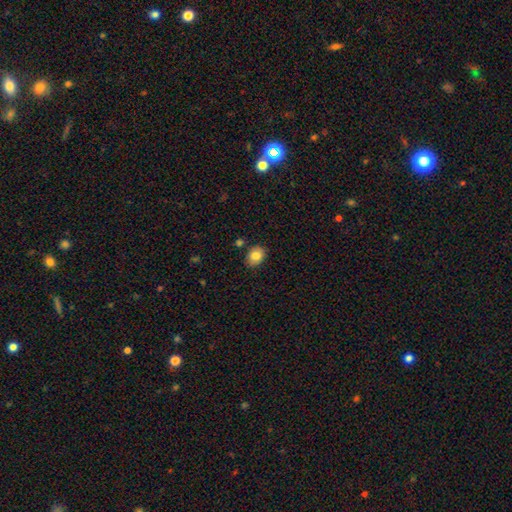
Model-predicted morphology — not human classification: Smooth or featured: smooth — 83% (star or artifact — 9%)
How rounded: in between — 61% (round — 39%)
Merging: none — 83% (minor disturbance — 12%)